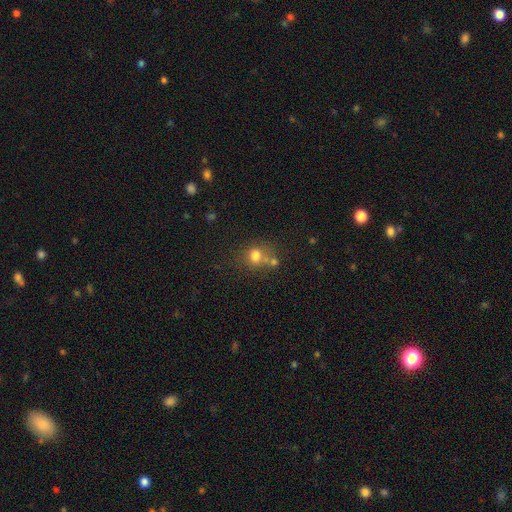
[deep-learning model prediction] A smooth galaxy with no disk features (72%) that is round (61%).

Vote fractions:
- Smooth or featured? smooth: 72% / star or artifact: 15% / featured or disk: 13%
- How rounded? round: 61% / in between: 38% / cigar-shaped: 1%
- Merging? none: 46% / merger: 32% / minor disturbance: 14% / major disturbance: 7%